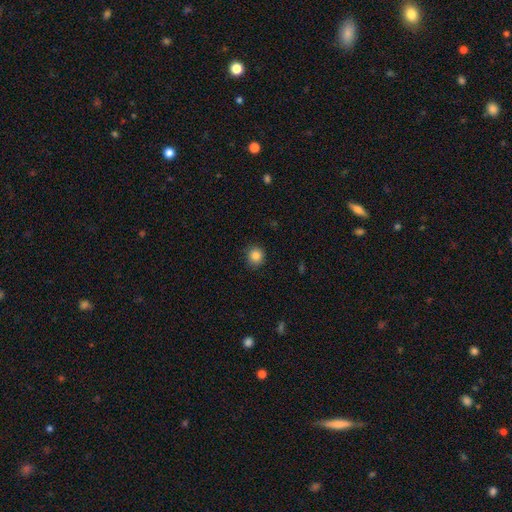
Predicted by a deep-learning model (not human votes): Morphology: type=smooth (84%); roundness=round (88%); merging=none (88%).